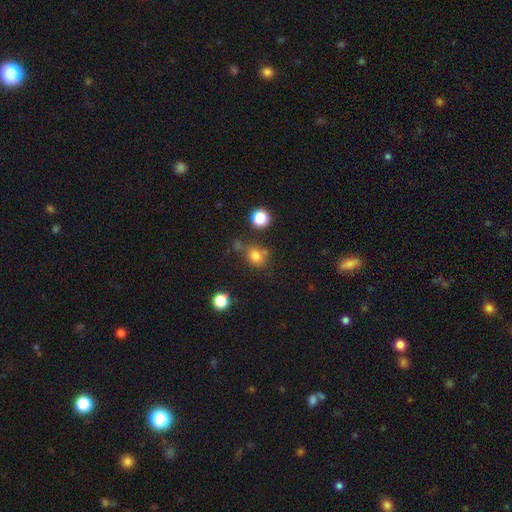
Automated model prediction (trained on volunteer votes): Morphology: type=smooth (77%); roundness=round (70%); merging=none (65%).